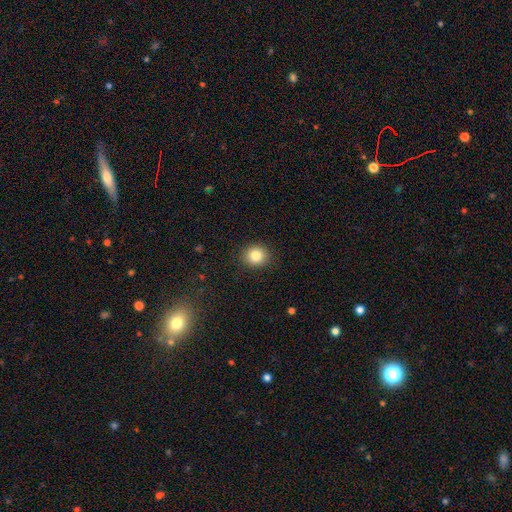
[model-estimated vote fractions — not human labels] smooth-or-featured: smooth: 84% | star or artifact: 10% | featured or disk: 6%
  how-rounded: round: 82% | in between: 18% | cigar-shaped: 1%
  merging: none: 90% | minor disturbance: 7% | major disturbance: 2% | merger: 1%